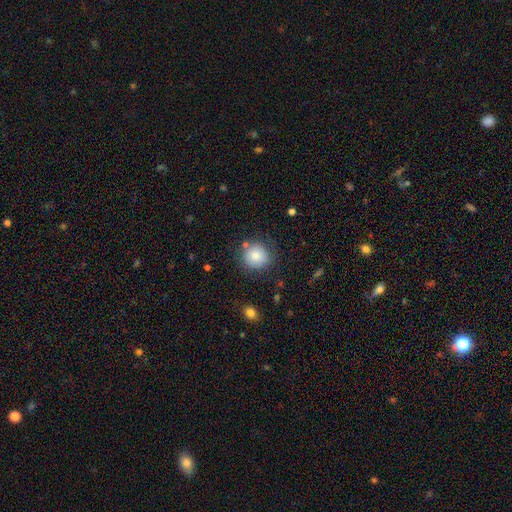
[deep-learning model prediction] smooth_or_featured: smooth (p=0.81) [alt: featured or disk p=0.10]
how_rounded: round (p=0.89) [alt: in between p=0.10]
merging: none (p=0.77) [alt: minor disturbance p=0.14]